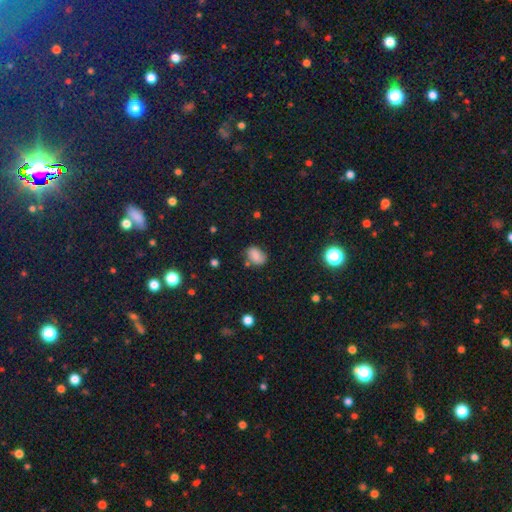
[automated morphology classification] The model was most divided on "merging": none: 70%, minor disturbance: 20%, merger: 5%, major disturbance: 5%. More confident: how rounded — in between (75%); smooth or featured — smooth (74%).